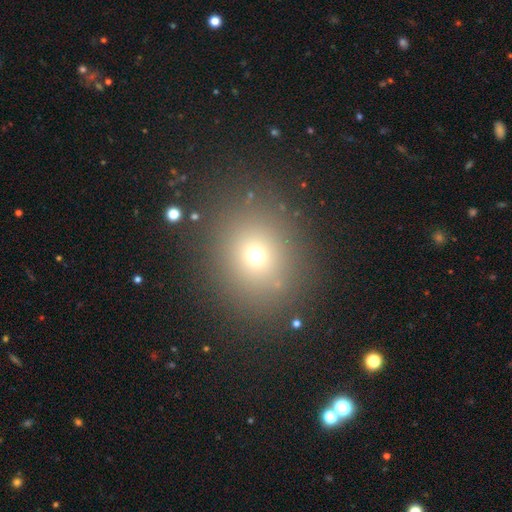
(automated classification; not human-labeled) This appears to be a smooth galaxy with no disk features (66%) that is round (75%). Merging: none (85%).